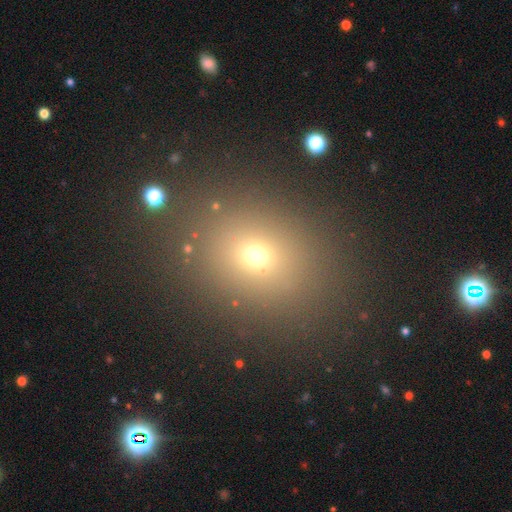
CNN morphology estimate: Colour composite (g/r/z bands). It shows a smooth galaxy with no disk features (64%) that is round (58%). Merging: none (86%).